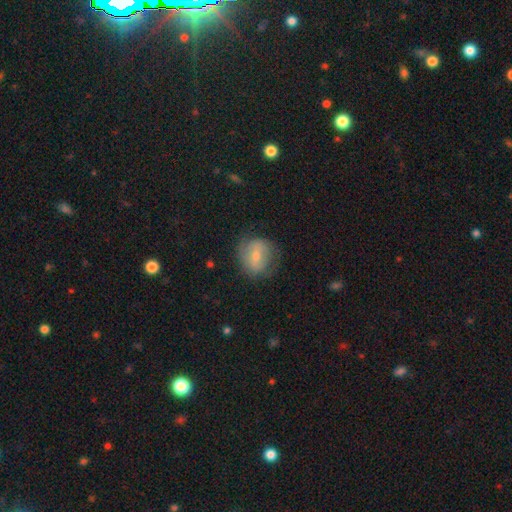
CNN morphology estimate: Smooth or featured: smooth — 54% (featured or disk — 38%)
How rounded: round — 70% (in between — 29%)
Merging: none — 64% (minor disturbance — 23%)